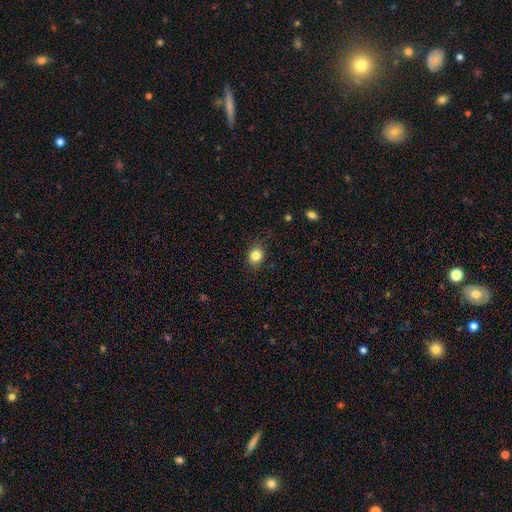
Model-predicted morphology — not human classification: Overall: smooth (83%). How rounded: round (54%; in between 45%). Merging: none (85%).